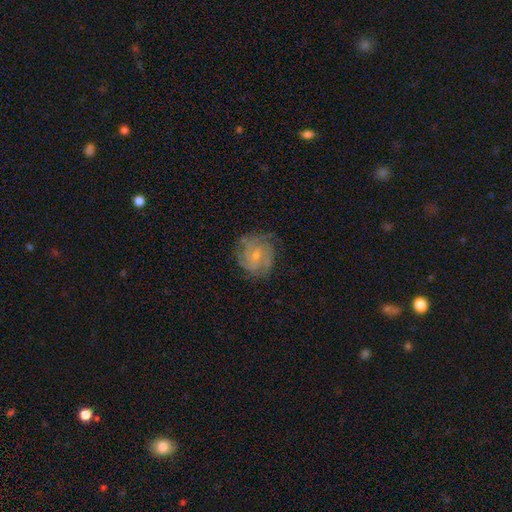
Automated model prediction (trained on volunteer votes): Smooth or featured? Predicted: featured or disk (p=0.73). Edge-on disk? Predicted: no (p=0.98). Bar? Predicted: no (p=0.65). Spiral arms? Predicted: yes (p=0.89). Spiral winding? Predicted: tight (p=0.60). Spiral arm count? Predicted: can't tell (p=0.39). Bulge size? Predicted: small (p=0.64). Merging? Predicted: none (p=0.72).